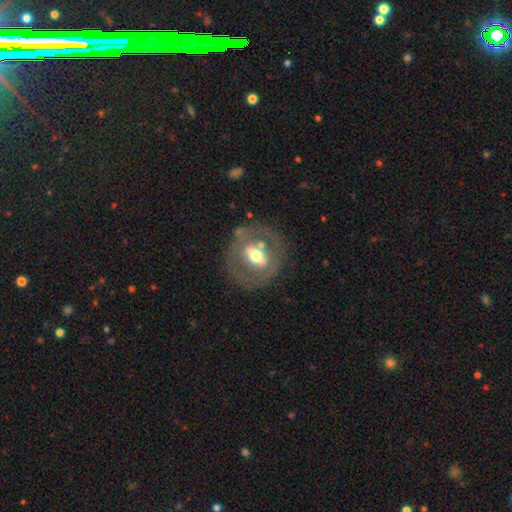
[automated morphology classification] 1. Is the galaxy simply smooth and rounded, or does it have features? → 64% featured or disk, 29% smooth, 7% star or artifact.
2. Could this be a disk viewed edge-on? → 87% no, 13% yes.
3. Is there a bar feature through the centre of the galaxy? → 46% strong, 30% weak, 24% no.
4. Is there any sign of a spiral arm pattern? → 83% no, 17% yes.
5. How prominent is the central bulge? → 66% moderate, 18% large, 12% small, 2% dominant, 1% none.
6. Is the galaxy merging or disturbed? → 74% none, 14% minor disturbance, 9% major disturbance, 3% merger.